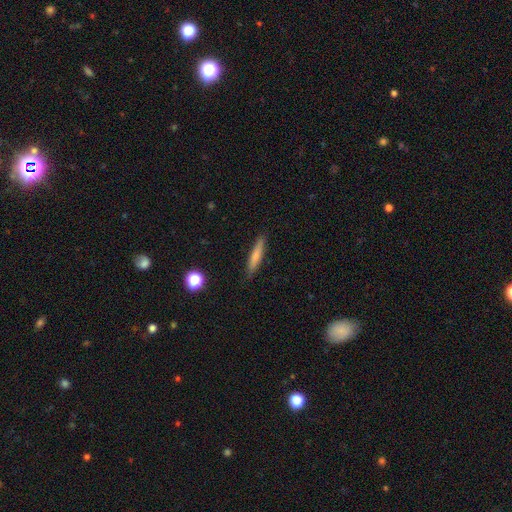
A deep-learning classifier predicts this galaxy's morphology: smooth 68%, featured or disk 25%, star or artifact 7%. Down the decision tree: how rounded — cigar-shaped (89%); merging — none (87%).